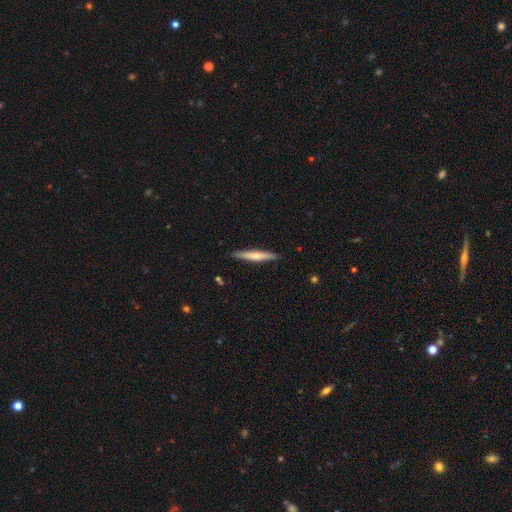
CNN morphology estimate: A smooth galaxy with no disk features (57%) that is cigar-shaped (94%).

Vote fractions:
- Smooth or featured? smooth: 57% / featured or disk: 38% / star or artifact: 5%
- How rounded? cigar-shaped: 94% / in between: 4% / round: 1%
- Merging? none: 90% / minor disturbance: 7% / major disturbance: 1% / merger: 1%